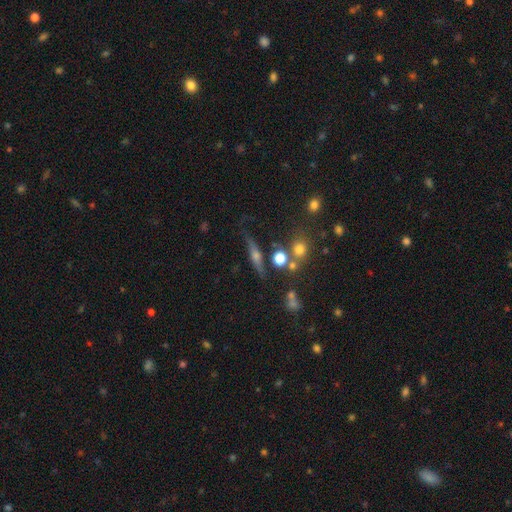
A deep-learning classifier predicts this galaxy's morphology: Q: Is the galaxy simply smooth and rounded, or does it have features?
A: featured or disk — 59%.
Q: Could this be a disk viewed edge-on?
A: yes — 89%.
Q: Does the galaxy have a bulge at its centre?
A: rounded — 87%.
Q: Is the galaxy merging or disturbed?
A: none — 73%.